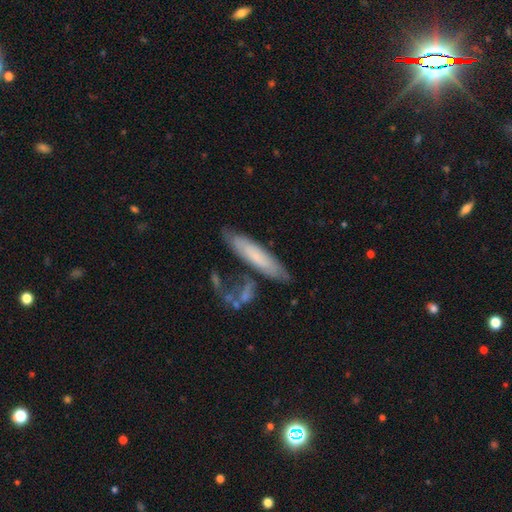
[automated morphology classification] Smooth or featured? Predicted: smooth (p=0.58). How rounded? Predicted: cigar-shaped (p=0.78). Merging? Predicted: none (p=0.60).